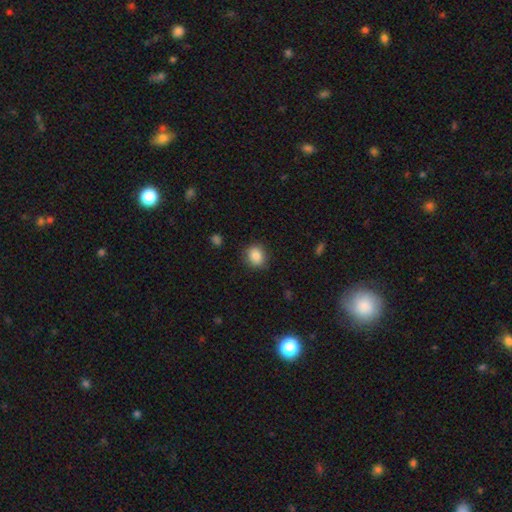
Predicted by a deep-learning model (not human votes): smooth-or-featured: smooth: 86% | star or artifact: 9% | featured or disk: 5%
  how-rounded: round: 76% | in between: 23% | cigar-shaped: 1%
  merging: none: 85% | minor disturbance: 11% | major disturbance: 3% | merger: 1%